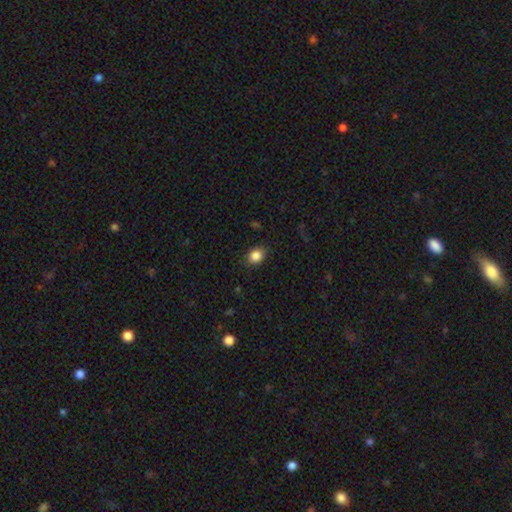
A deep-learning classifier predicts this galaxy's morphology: Smooth or featured: smooth — 86% (star or artifact — 10%)
How rounded: in between — 50% (round — 49%)
Merging: none — 84% (minor disturbance — 12%)